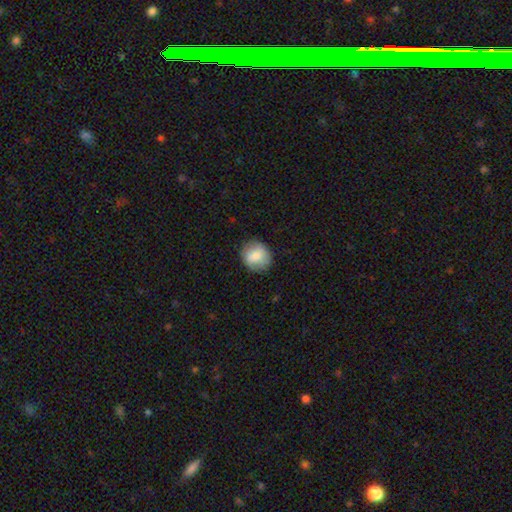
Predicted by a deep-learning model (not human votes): Overall: smooth (80%). How rounded: round (81%). Merging: none (84%).